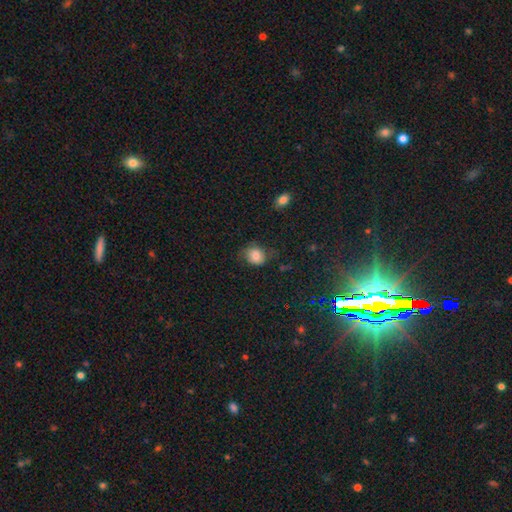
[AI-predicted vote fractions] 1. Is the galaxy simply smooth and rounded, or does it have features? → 77% smooth, 11% star or artifact, 11% featured or disk.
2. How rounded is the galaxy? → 55% round, 44% in between, 1% cigar-shaped.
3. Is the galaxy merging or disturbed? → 61% none, 26% minor disturbance, 11% major disturbance, 2% merger.